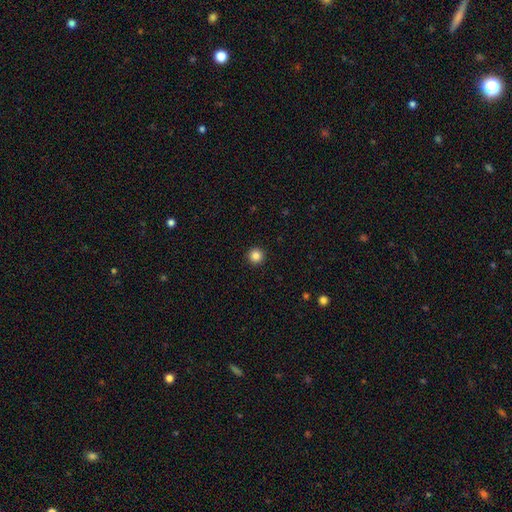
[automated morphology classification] type=smooth (86%); roundness=round (97%); merging=none (94%).